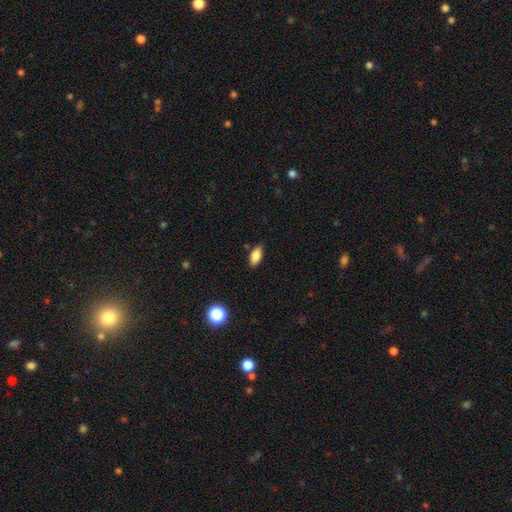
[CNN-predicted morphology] Smooth or featured?
  - smooth: 81% *
  - featured or disk: 10%
  - star or artifact: 9%
How rounded?
  - in between: 84% *
  - cigar-shaped: 13%
  - round: 4%
Merging?
  - none: 84% *
  - minor disturbance: 12%
  - major disturbance: 2%
  - merger: 2%